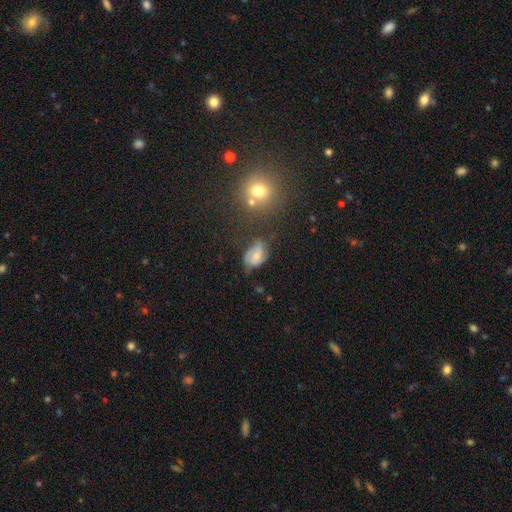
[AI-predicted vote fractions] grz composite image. It shows a smooth galaxy with no disk features (46%). Merging: none (48%).